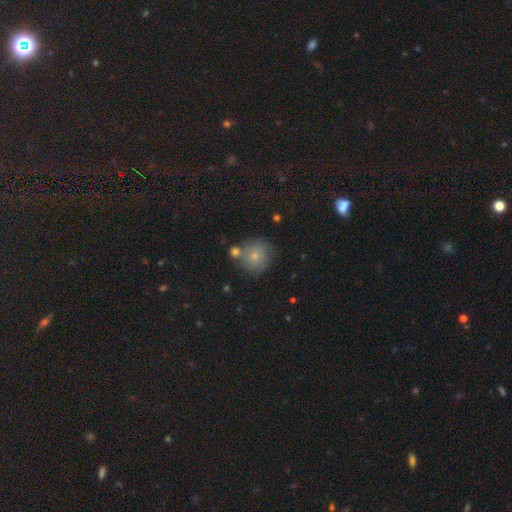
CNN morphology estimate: This appears to be a smooth galaxy with no disk features (72%) that is round (90%). Merging: none (59%).